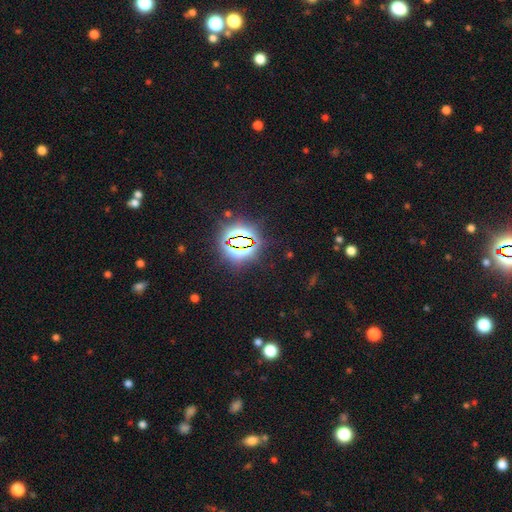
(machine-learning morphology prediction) Smooth or featured? star or artifact (80%)